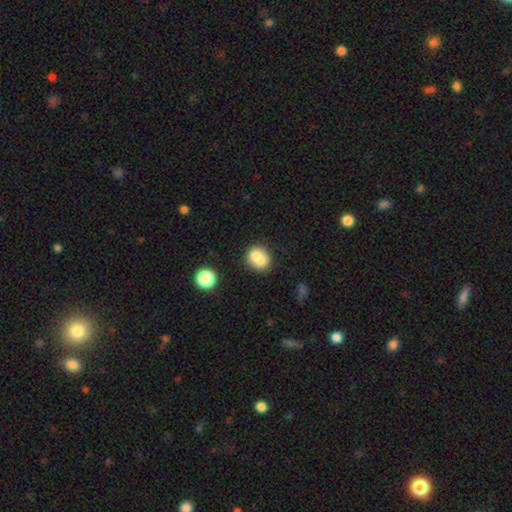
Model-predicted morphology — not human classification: A smooth galaxy with no disk features (71%) that is round (70%).

Vote fractions:
- Smooth or featured? smooth: 71% / featured or disk: 19% / star or artifact: 10%
- How rounded? round: 70% / in between: 29% / cigar-shaped: 1%
- Merging? merger: 51% / none: 37% / minor disturbance: 9% / major disturbance: 3%